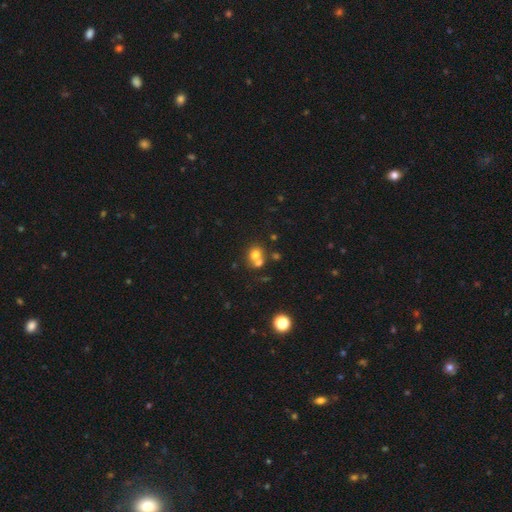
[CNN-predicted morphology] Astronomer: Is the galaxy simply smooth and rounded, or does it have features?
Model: smooth — 70%.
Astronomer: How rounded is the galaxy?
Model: round — 79%.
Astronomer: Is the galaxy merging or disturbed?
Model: merger — 49% (runner-up: none, 41%).